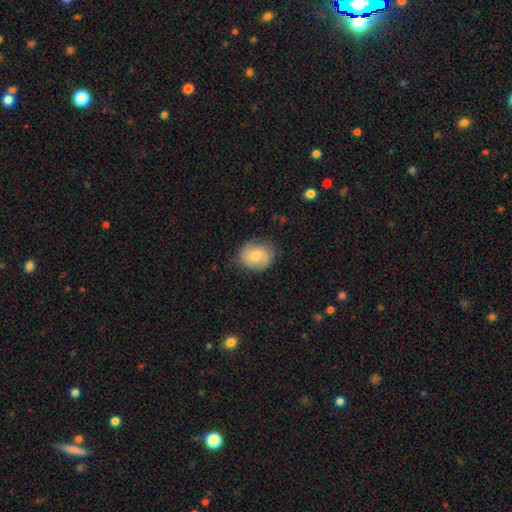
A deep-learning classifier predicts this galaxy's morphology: smooth-or-featured: smooth: 59% | featured or disk: 34% | star or artifact: 7%
  how-rounded: round: 66% | in between: 33% | cigar-shaped: 1%
  merging: none: 75% | minor disturbance: 18% | major disturbance: 5% | merger: 1%